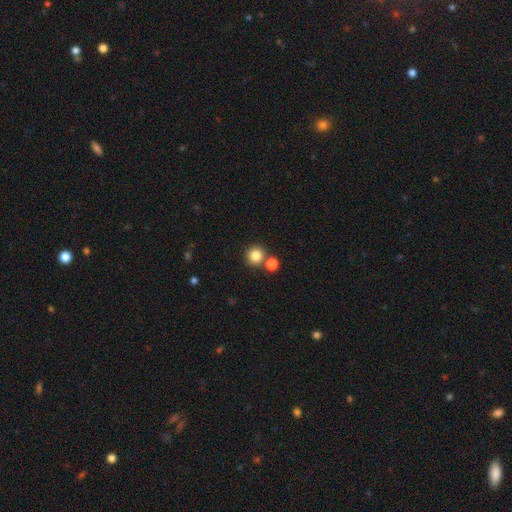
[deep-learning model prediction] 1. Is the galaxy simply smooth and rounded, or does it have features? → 83% smooth, 12% star or artifact, 5% featured or disk.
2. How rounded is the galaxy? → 93% round, 6% in between, 1% cigar-shaped.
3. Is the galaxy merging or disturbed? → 75% none, 17% merger, 6% minor disturbance, 2% major disturbance.